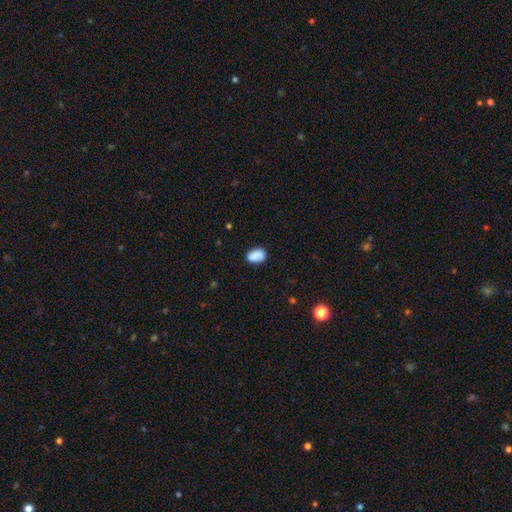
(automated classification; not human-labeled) A smooth galaxy with no disk features (86%) that is in between round and cigar-shaped (81%).

Vote fractions:
- Smooth or featured? smooth: 86% / star or artifact: 8% / featured or disk: 6%
- How rounded? in between: 81% / round: 17% / cigar-shaped: 1%
- Merging? none: 77% / minor disturbance: 16% / major disturbance: 4% / merger: 3%